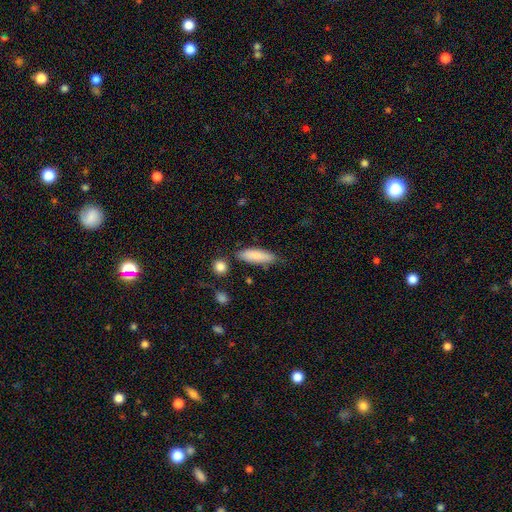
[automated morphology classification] A smooth galaxy with no disk features (85%) that is cigar-shaped (52%). Merging: none (77%).